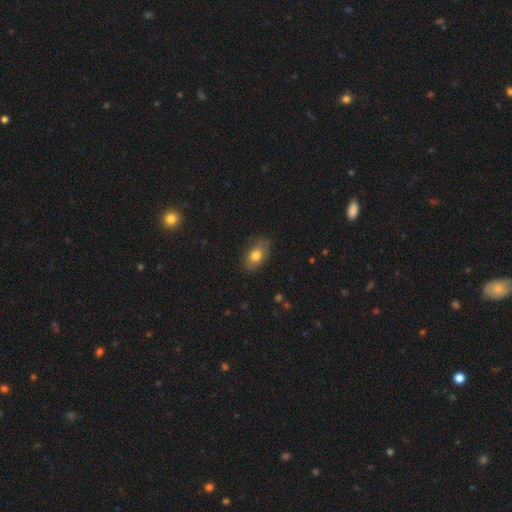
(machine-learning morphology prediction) A smooth galaxy with no disk features (75%) that is in between round and cigar-shaped (88%).

Vote fractions:
- Smooth or featured? smooth: 75% / featured or disk: 17% / star or artifact: 8%
- How rounded? in between: 88% / round: 10% / cigar-shaped: 2%
- Merging? none: 73% / minor disturbance: 21% / major disturbance: 5% / merger: 1%